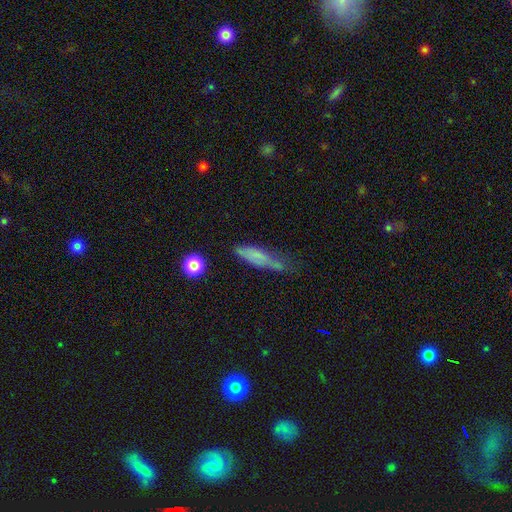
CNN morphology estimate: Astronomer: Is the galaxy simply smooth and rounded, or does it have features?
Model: smooth — 65%.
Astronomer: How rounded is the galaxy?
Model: cigar-shaped — 66%.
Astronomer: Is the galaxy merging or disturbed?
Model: none — 41% (runner-up: minor disturbance, 35%).